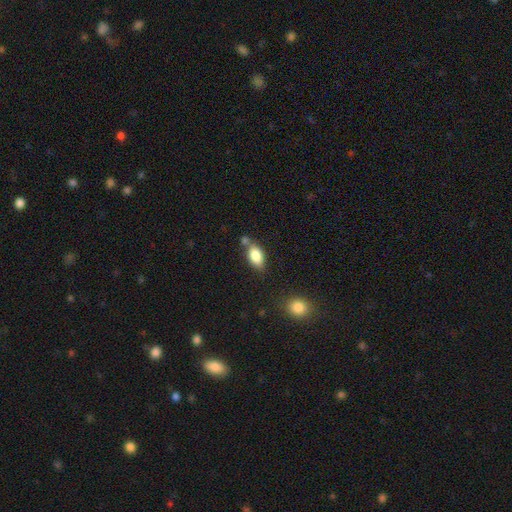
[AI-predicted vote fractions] smooth 83%, featured or disk 9%, star or artifact 8%. Down the decision tree: how rounded — in between (90%); merging — none (61%).